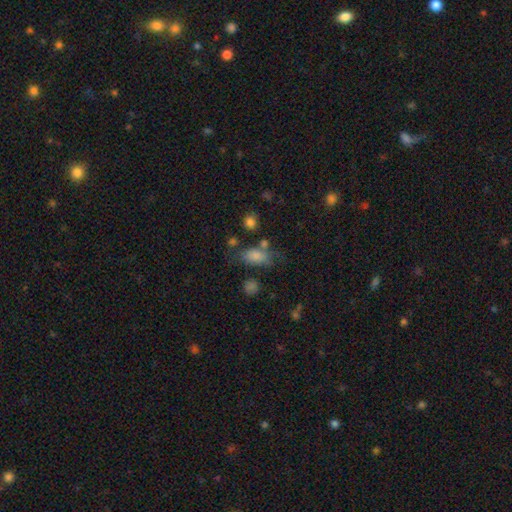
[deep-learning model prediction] This is likely a smooth galaxy (74%). How rounded: clearly in between (82%). Merging: possibly none (54%).